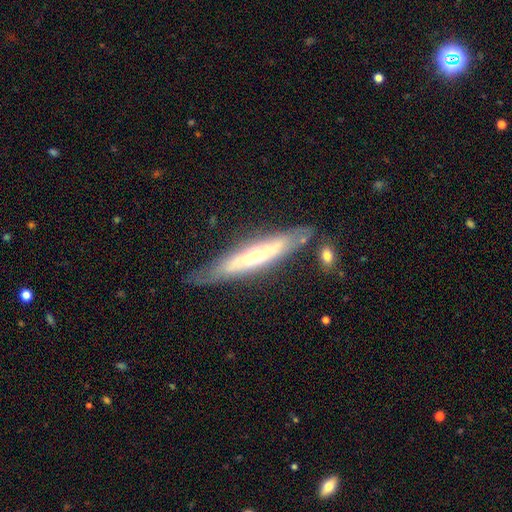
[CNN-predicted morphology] A featured or disk galaxy (64%) viewed edge-on (65%). Merging: none (69%).